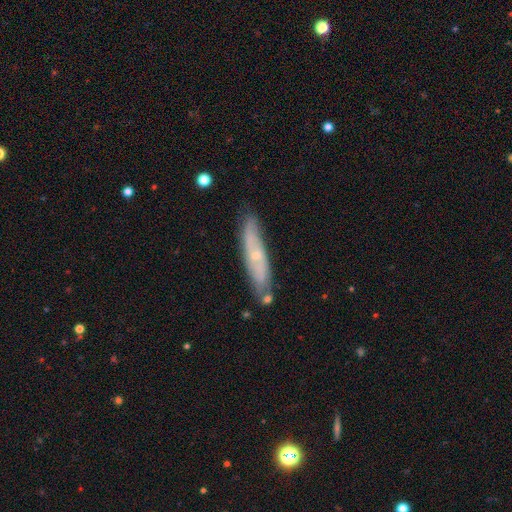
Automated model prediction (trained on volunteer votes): Q: Smooth or featured?
A: featured or disk (59%); runner-up: smooth (33%)
Q: Edge-on disk?
A: no (54%); runner-up: yes (46%)
Q: Merging?
A: none (77%); runner-up: minor disturbance (15%)